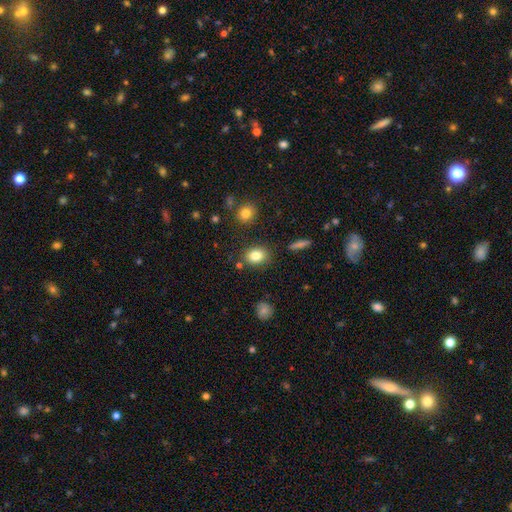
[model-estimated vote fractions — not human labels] This appears to be a smooth galaxy with no disk features (82%) that is in between round and cigar-shaped (64%). Merging: none (83%).